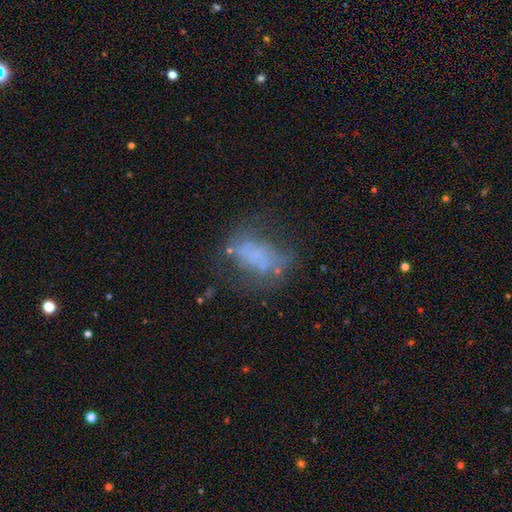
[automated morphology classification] A featured or disk galaxy (45%).

Vote fractions:
- Smooth or featured? featured or disk: 45% / smooth: 39% / star or artifact: 16%
- Merging? none: 41% / major disturbance: 30% / minor disturbance: 22% / merger: 6%